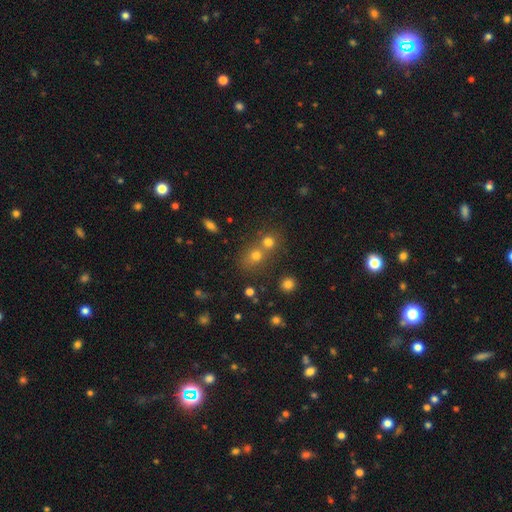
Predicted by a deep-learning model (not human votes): smooth-or-featured: smooth: 71% | star or artifact: 18% | featured or disk: 11%
  how-rounded: round: 74% | in between: 24% | cigar-shaped: 1%
  merging: merger: 45% | none: 44% | minor disturbance: 7% | major disturbance: 3%